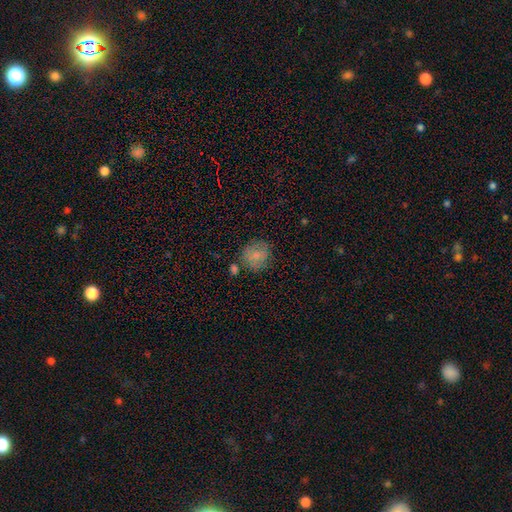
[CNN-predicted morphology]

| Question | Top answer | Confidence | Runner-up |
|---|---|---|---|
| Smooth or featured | smooth | 76% | featured or disk (15%) |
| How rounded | round | 80% | in between (19%) |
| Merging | none | 67% | minor disturbance (19%) |